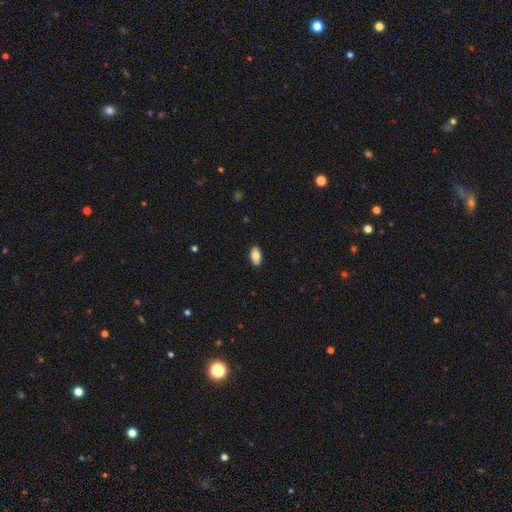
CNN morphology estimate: smooth-or-featured: smooth: 83% | featured or disk: 10% | star or artifact: 7%
  how-rounded: in between: 93% | round: 4% | cigar-shaped: 3%
  merging: none: 89% | minor disturbance: 8% | major disturbance: 2% | merger: 1%